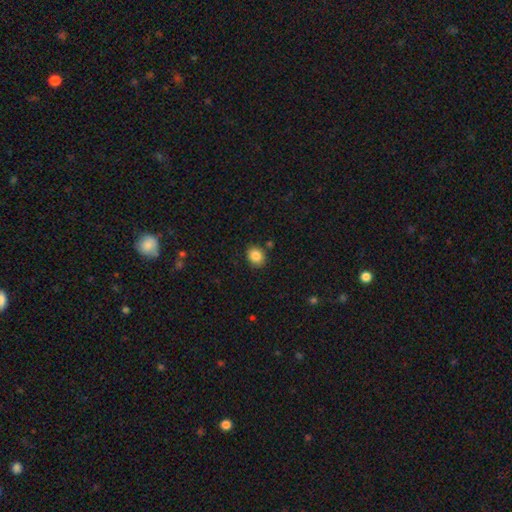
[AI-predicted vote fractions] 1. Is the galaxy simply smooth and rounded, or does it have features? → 85% smooth, 10% star or artifact, 6% featured or disk.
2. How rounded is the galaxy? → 62% round, 37% in between, 1% cigar-shaped.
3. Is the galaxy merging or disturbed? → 86% none, 9% minor disturbance, 3% merger, 2% major disturbance.